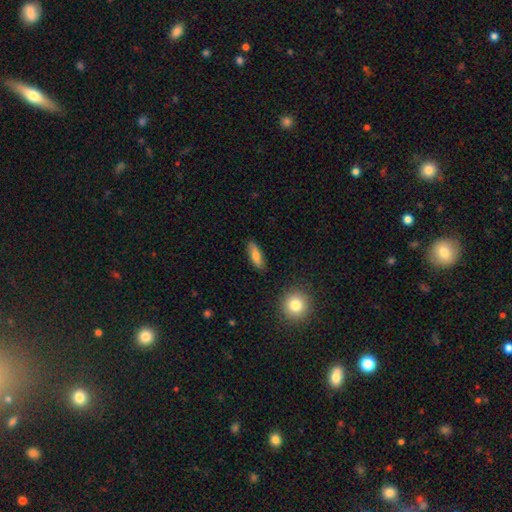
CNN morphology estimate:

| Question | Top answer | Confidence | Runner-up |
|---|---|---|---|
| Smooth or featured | smooth | 72% | featured or disk (21%) |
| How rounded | in between | 52% | cigar-shaped (44%) |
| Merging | none | 87% | minor disturbance (10%) |